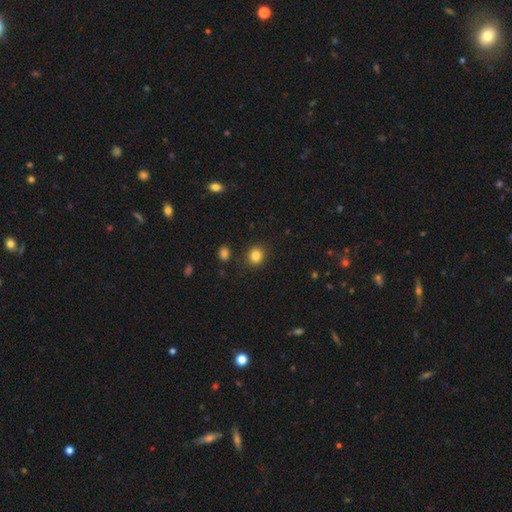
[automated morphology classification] This appears to be a smooth galaxy with no disk features (84%) that is round (81%). Merging: none (88%).